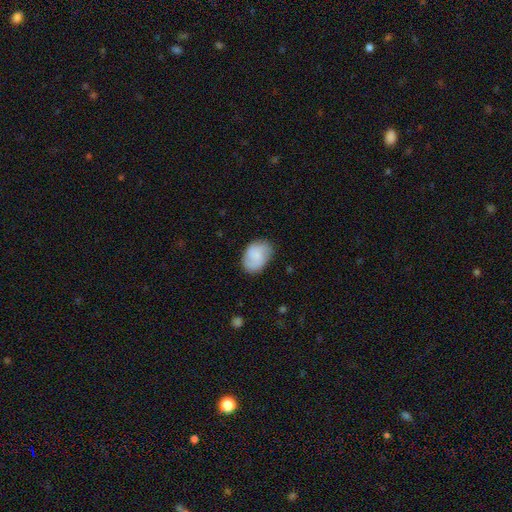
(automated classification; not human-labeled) This appears to be a smooth galaxy with no disk features (61%) that is in between round and cigar-shaped (79%). Merging: none (72%).